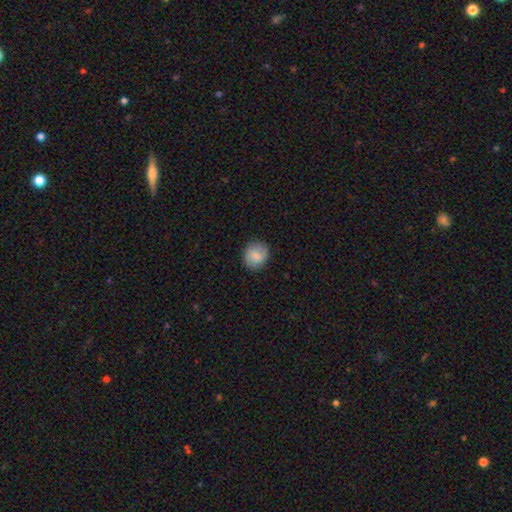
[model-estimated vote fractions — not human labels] Smooth or featured: smooth — 78% (featured or disk — 14%)
How rounded: round — 82% (in between — 17%)
Merging: none — 84% (minor disturbance — 12%)